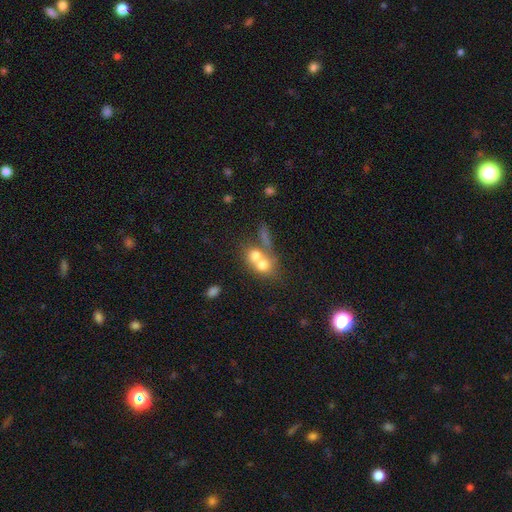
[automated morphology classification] Q: Smooth or featured?
A: smooth (68%); runner-up: featured or disk (21%)
Q: How rounded?
A: round (59%); runner-up: in between (38%)
Q: Merging?
A: merger (70%); runner-up: none (20%)